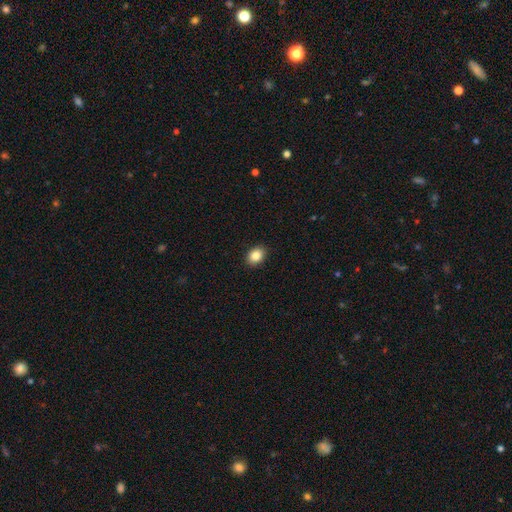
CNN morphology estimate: smooth-or-featured: smooth: 86% | star or artifact: 9% | featured or disk: 5%
  how-rounded: in between: 59% | round: 40% | cigar-shaped: 1%
  merging: none: 90% | minor disturbance: 7% | major disturbance: 2% | merger: 1%